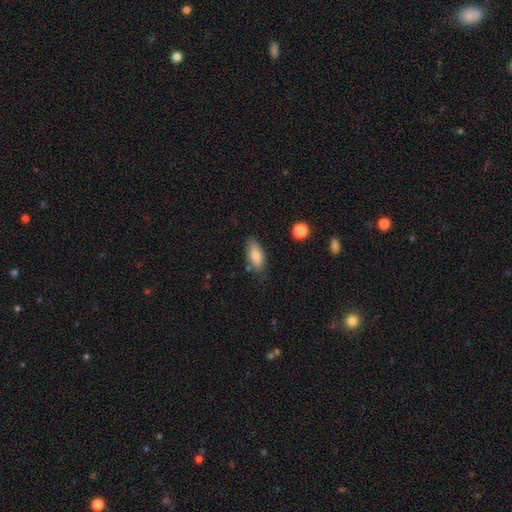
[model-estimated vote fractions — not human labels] Morphology: type=smooth (81%); roundness=in between (83%); merging=none (75%).